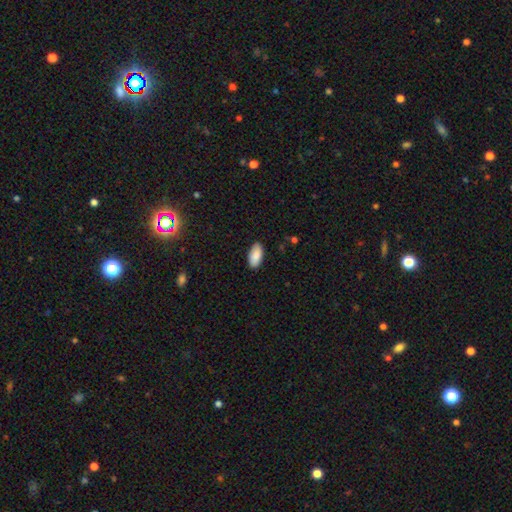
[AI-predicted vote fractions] A smooth galaxy with no disk features (89%) that is in between round and cigar-shaped (92%). Merging: none (88%).